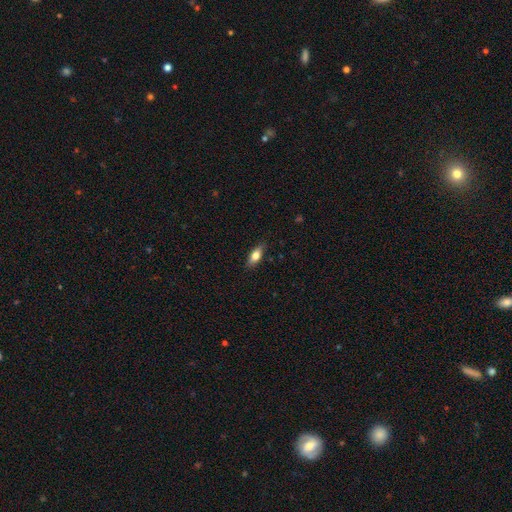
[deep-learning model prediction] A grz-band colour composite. It shows a smooth galaxy with no disk features (72%) that is in between round and cigar-shaped (75%). Merging: none (86%).